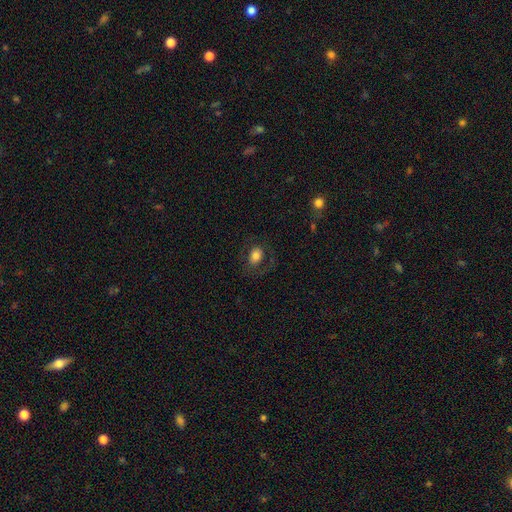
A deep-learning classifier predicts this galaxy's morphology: smooth 73%, featured or disk 17%, star or artifact 9%. Down the decision tree: how rounded — in between (63%); merging — none (75%).